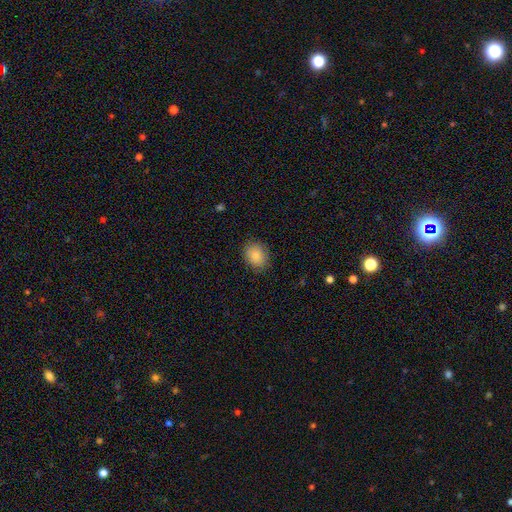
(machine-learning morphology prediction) Overall: smooth (86%). How rounded: in between (57%; round 42%). Merging: none (86%).